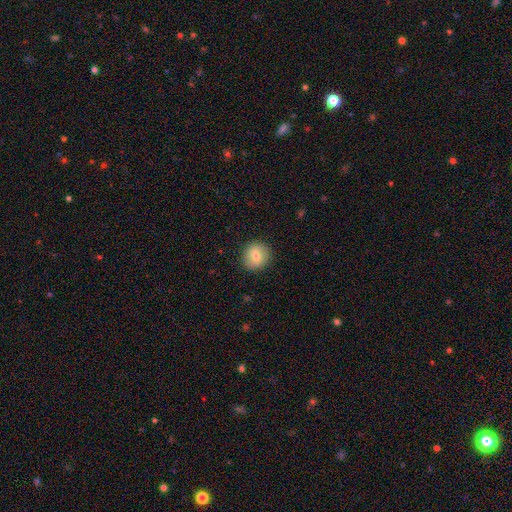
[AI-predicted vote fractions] This is likely a smooth galaxy (74%). How rounded: clearly round (87%). Merging: clearly none (90%).